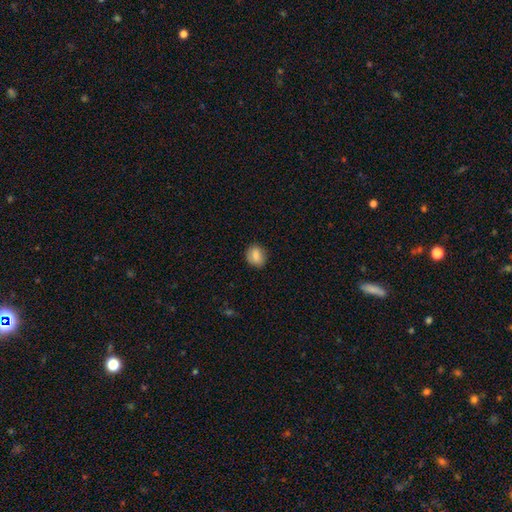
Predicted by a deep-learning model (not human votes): A smooth galaxy with no disk features (81%) that is round (59%). Merging: none (84%).